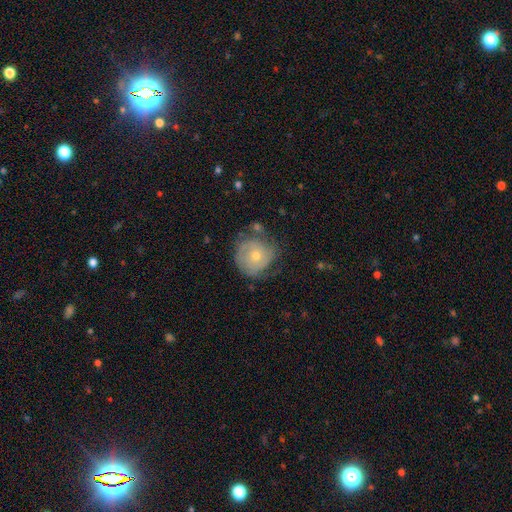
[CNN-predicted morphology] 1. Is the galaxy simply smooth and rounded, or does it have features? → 65% featured or disk, 27% smooth, 9% star or artifact.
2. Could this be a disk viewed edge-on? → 97% no, 3% yes.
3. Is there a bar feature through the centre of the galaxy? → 82% no, 15% weak, 3% strong.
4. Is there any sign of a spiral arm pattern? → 82% yes, 18% no.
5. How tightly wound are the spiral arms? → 67% tight, 24% medium, 9% loose.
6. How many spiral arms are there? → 40% can't tell, 30% 2, 15% 3, 8% 1, 4% 4, 4% more than 4.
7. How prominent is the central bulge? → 50% moderate, 46% small, 2% large, 1% none, 1% dominant.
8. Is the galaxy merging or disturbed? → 64% none, 23% minor disturbance, 10% major disturbance, 4% merger.